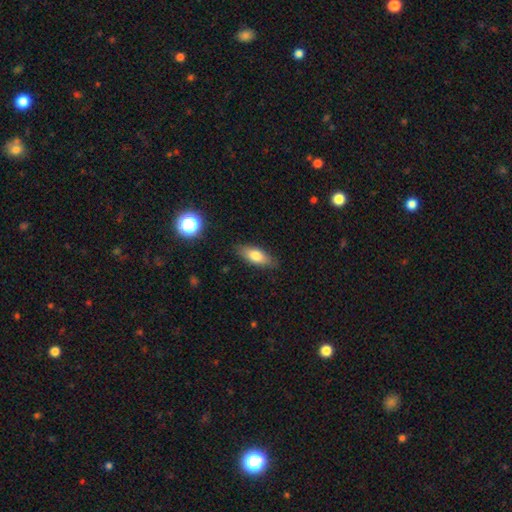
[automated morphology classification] smooth 73%, featured or disk 19%, star or artifact 7%. Down the decision tree: how rounded — in between (71%); merging — none (85%).